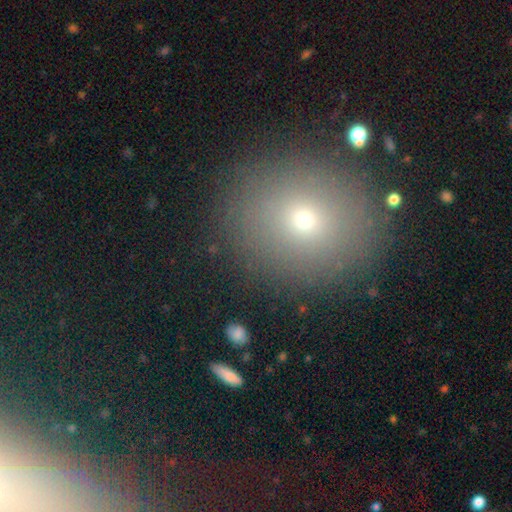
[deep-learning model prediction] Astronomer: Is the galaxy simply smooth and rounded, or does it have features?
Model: smooth — 64%.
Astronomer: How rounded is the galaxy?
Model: round — 78%.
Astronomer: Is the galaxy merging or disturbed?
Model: none — 88%.